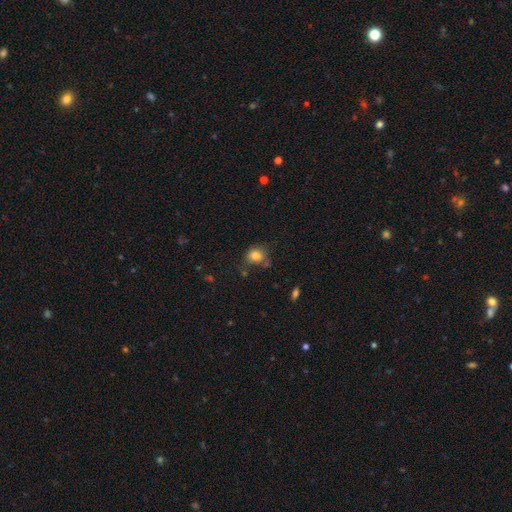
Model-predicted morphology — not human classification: Smooth or featured? Predicted: smooth (p=0.80). How rounded? Predicted: round (p=0.74). Merging? Predicted: none (p=0.65).